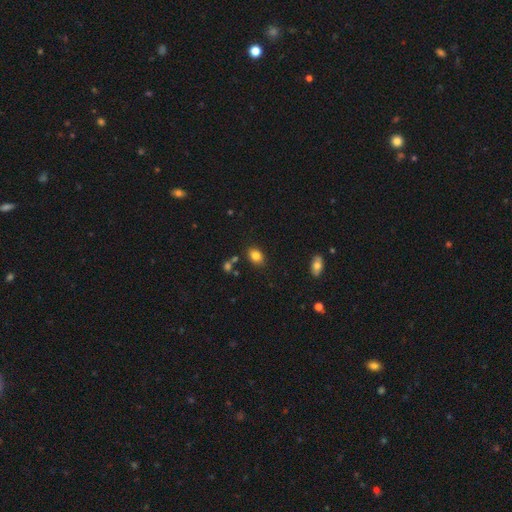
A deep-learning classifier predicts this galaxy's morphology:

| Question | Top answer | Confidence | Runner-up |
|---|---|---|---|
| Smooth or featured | smooth | 83% | star or artifact (10%) |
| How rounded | in between | 76% | round (23%) |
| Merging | none | 81% | minor disturbance (11%) |